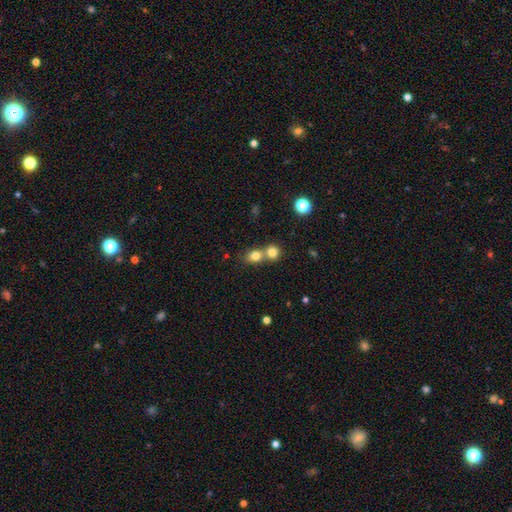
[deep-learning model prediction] smooth-or-featured: smooth: 79% | star or artifact: 12% | featured or disk: 9%
  how-rounded: round: 62% | in between: 37% | cigar-shaped: 1%
  merging: merger: 52% | none: 39% | minor disturbance: 7% | major disturbance: 3%